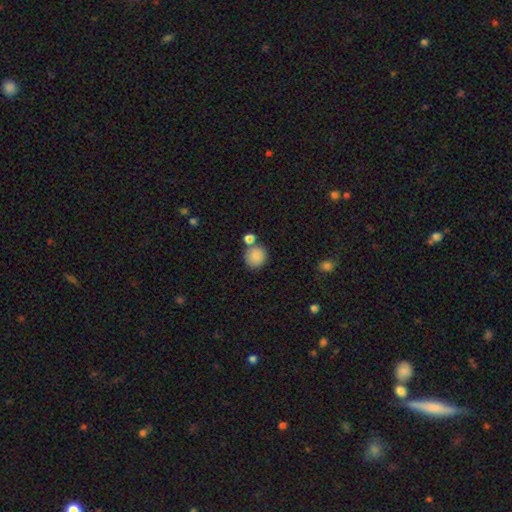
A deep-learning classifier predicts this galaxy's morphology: This appears to be a smooth galaxy with no disk features (86%) that is round (86%). Merging: none (61%).